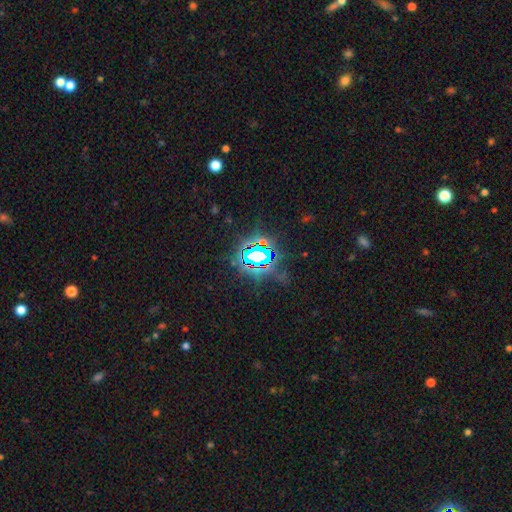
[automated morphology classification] This appears to be a star or artifact, not a galaxy (77%).